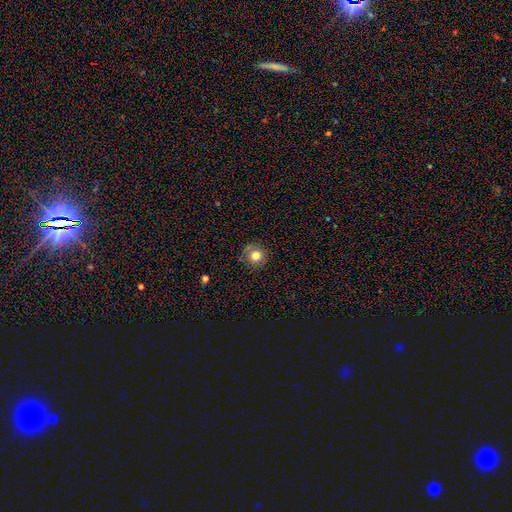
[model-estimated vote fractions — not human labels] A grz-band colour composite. It shows a smooth galaxy with no disk features (77%) that is round (92%). Merging: none (83%).